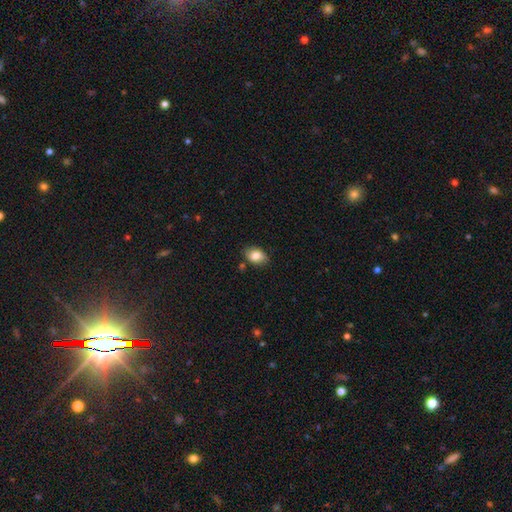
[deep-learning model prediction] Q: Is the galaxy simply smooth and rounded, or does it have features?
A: smooth — 83%.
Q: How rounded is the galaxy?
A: in between — 79%.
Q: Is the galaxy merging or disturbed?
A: none — 81%.